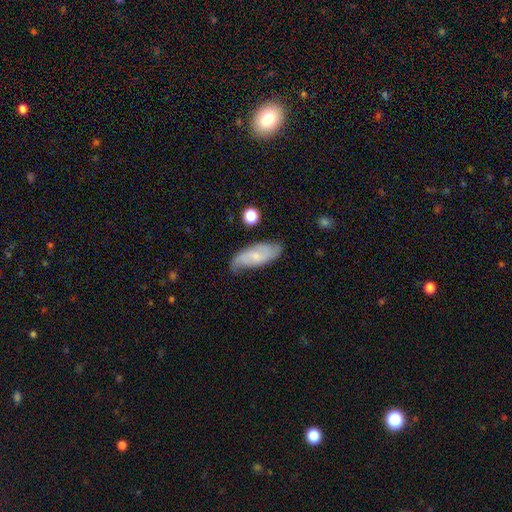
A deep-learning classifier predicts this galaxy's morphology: A featured or disk galaxy (47%). Merging: none (66%).